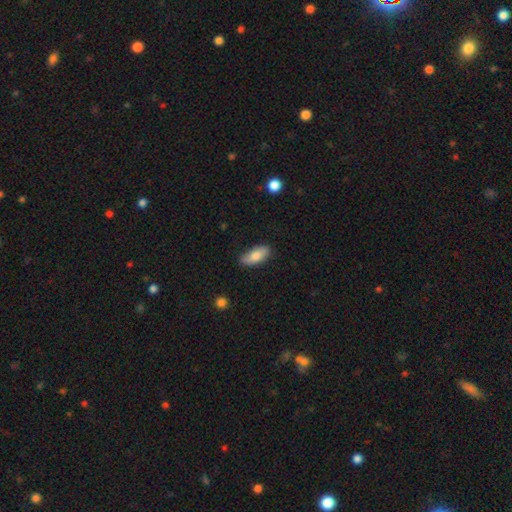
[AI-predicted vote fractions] Morphology: type=smooth (76%); roundness=in between (85%); merging=none (78%).